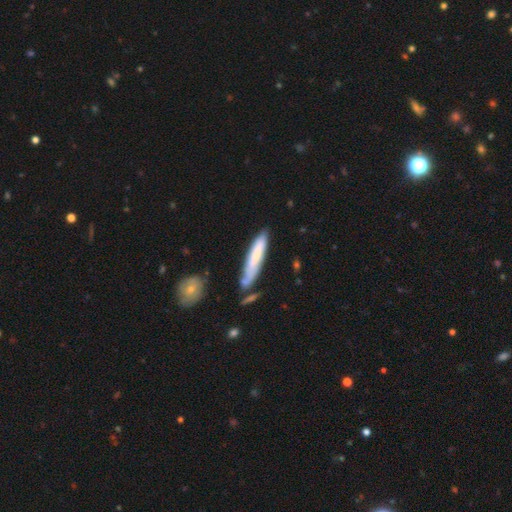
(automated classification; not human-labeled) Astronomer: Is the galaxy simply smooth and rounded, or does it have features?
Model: smooth — 67%.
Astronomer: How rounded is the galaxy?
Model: cigar-shaped — 85%.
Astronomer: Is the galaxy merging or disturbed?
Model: none — 61%.